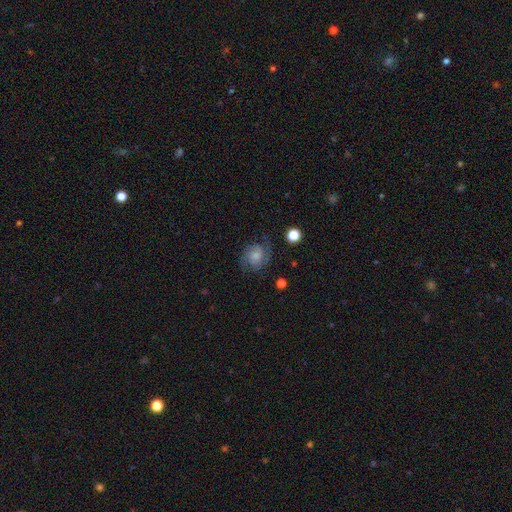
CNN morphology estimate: A featured or disk galaxy (64%) with no bar (72%), 2 (81%) medium (48%) spiral arms (93%) and a small central bulge (41%). Merging: none (71%).